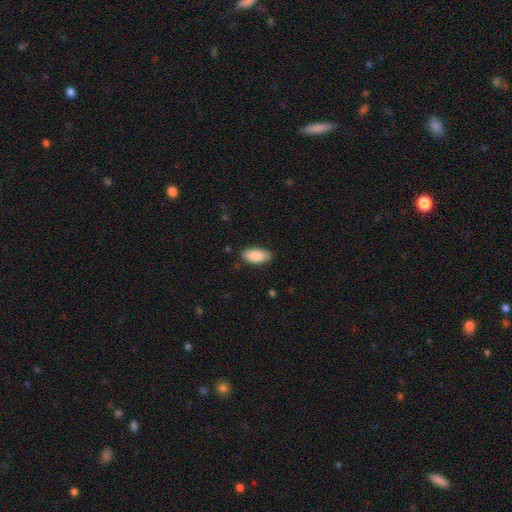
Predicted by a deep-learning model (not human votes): Smooth or featured? smooth (87%)
How rounded? in between (90%)
Merging? none (85%)